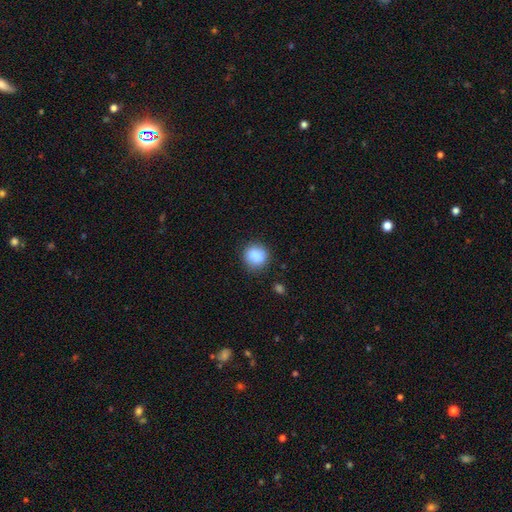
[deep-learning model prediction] This is clearly a smooth galaxy (87%). How rounded: clearly round (84%). Merging: likely none (78%).